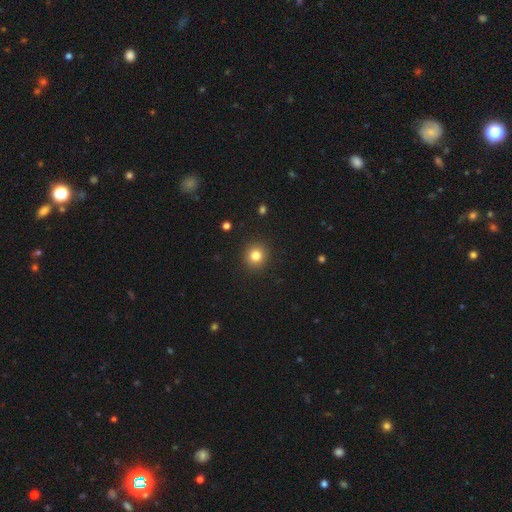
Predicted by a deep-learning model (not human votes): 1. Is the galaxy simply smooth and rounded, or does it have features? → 81% smooth, 12% star or artifact, 6% featured or disk.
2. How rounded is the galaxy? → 90% round, 9% in between, 1% cigar-shaped.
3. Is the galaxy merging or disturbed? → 91% none, 5% minor disturbance, 2% major disturbance, 1% merger.